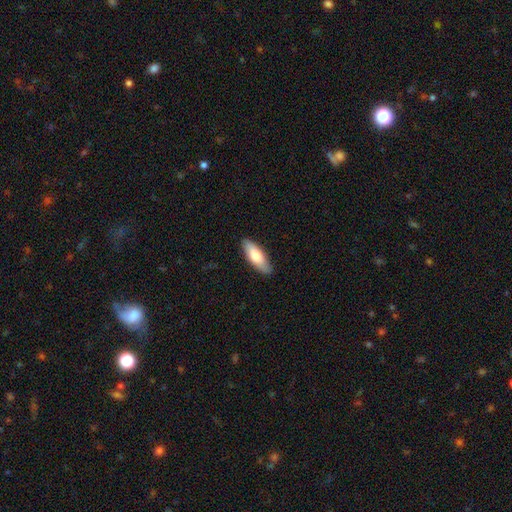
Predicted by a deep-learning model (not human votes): Smooth or featured?
  - smooth: 73% *
  - featured or disk: 21%
  - star or artifact: 5%
How rounded?
  - in between: 61% *
  - cigar-shaped: 37%
  - round: 2%
Merging?
  - none: 88% *
  - minor disturbance: 10%
  - major disturbance: 2%
  - merger: 1%